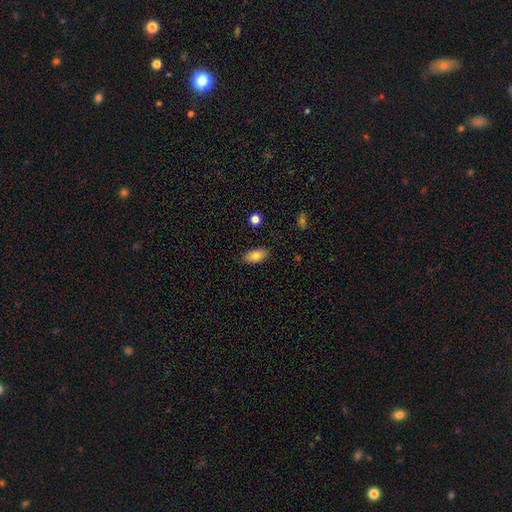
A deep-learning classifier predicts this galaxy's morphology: Overall: smooth (81%). How rounded: in between (92%). Merging: none (86%).